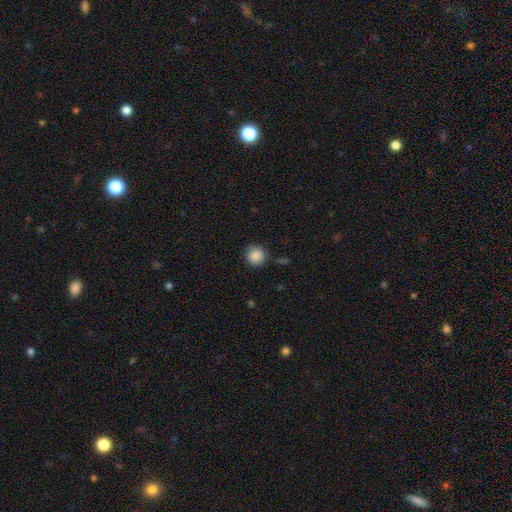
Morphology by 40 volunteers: This appears to be a smooth galaxy with no disk features (92%) that is round (95%). Merging: none (82%).